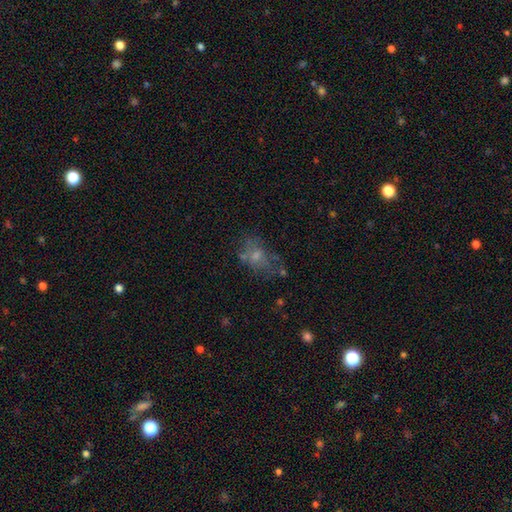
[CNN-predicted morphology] Smooth or featured: smooth — 52% (featured or disk — 34%)
How rounded: in between — 78% (round — 20%)
Merging: none — 44% (minor disturbance — 24%)